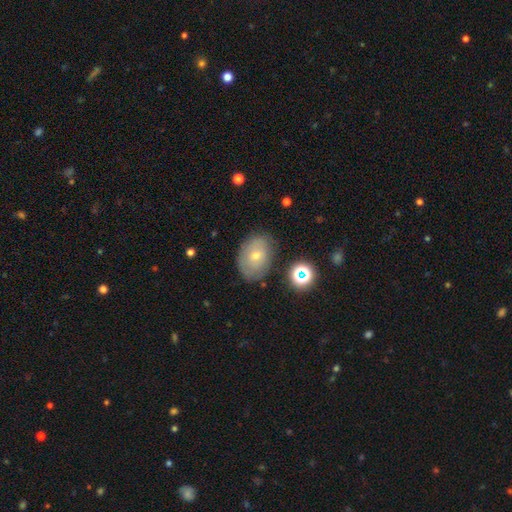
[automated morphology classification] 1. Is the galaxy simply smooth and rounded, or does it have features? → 55% smooth, 32% featured or disk, 13% star or artifact.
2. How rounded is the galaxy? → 71% in between, 27% round, 1% cigar-shaped.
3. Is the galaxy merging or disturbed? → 74% none, 18% minor disturbance, 5% major disturbance, 3% merger.